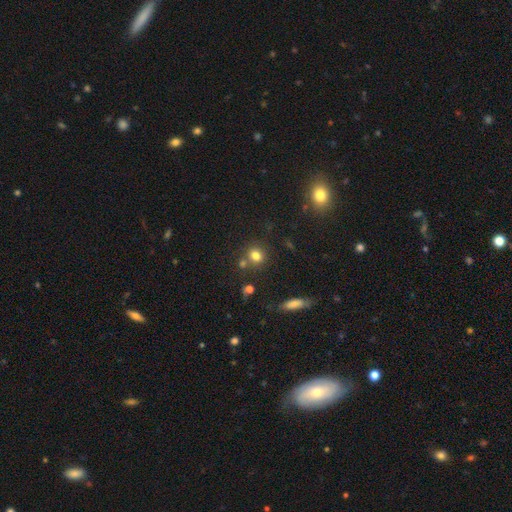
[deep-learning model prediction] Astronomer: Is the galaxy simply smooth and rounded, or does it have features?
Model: smooth — 77%.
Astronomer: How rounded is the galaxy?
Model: round — 80%.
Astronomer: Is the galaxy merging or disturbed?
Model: none — 70%.